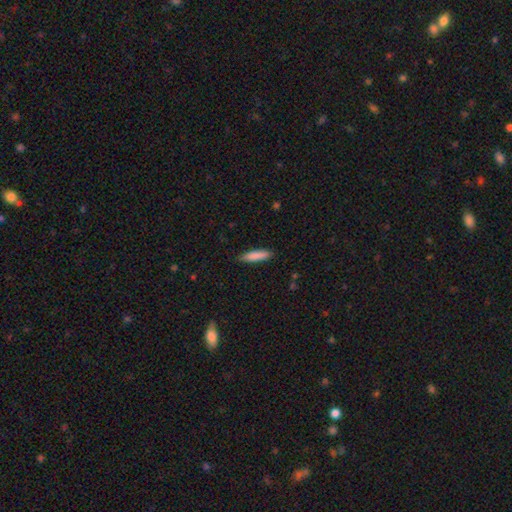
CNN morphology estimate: The model was most divided on "how rounded": cigar-shaped: 78%, in between: 21%, round: 1%. More confident: merging — none (86%); smooth or featured — smooth (85%).